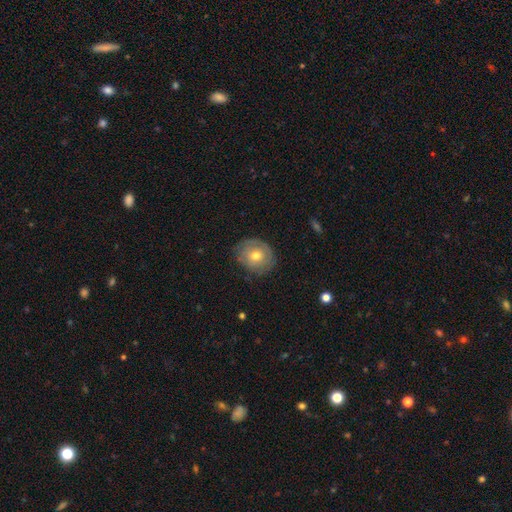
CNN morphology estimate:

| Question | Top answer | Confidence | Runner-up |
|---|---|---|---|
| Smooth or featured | smooth | 55% | featured or disk (38%) |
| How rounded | round | 73% | in between (26%) |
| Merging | none | 73% | minor disturbance (20%) |